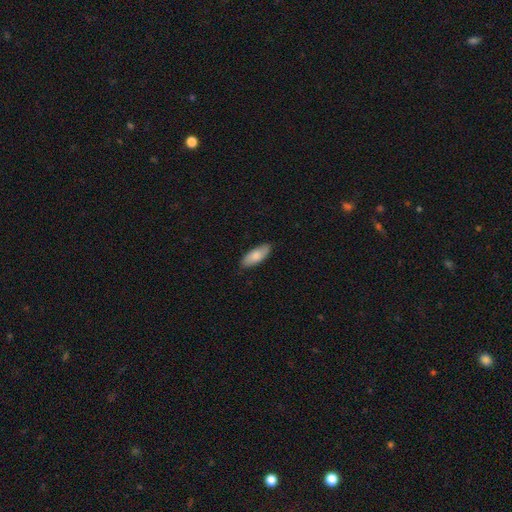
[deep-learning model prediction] This appears to be a smooth galaxy with no disk features (81%) that is in between round and cigar-shaped (78%). Merging: none (85%).